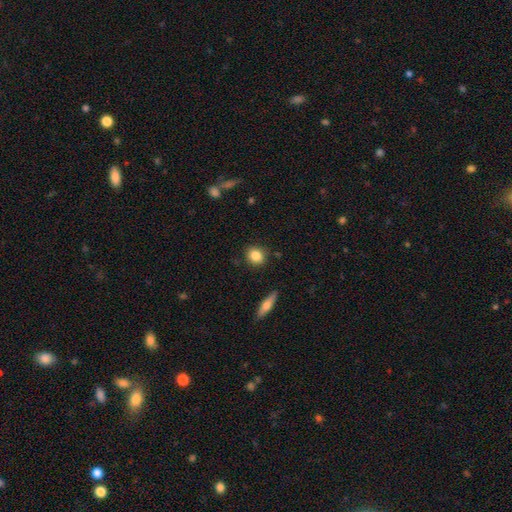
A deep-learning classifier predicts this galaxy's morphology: Smooth or featured? smooth (84%)
How rounded? round (71%)
Merging? none (87%)